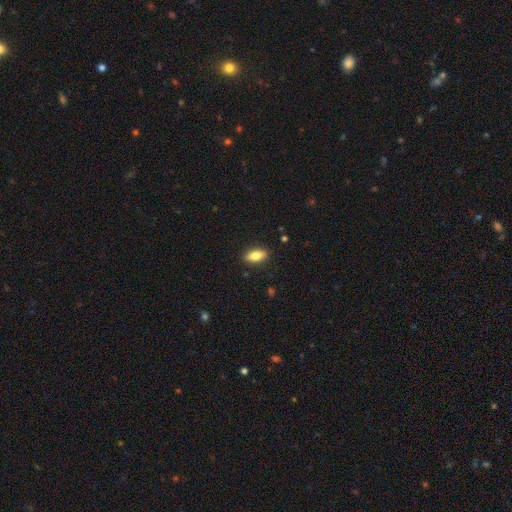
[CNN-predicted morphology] This appears to be a smooth galaxy with no disk features (80%) that is in between round and cigar-shaped (84%). Merging: none (89%).